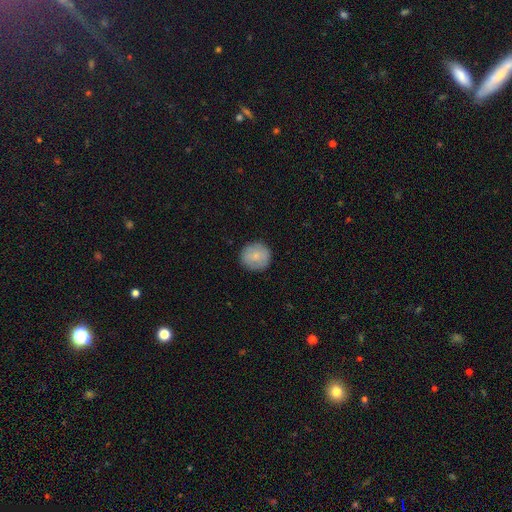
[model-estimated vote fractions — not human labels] smooth 80%, featured or disk 13%, star or artifact 7%. Down the decision tree: how rounded — round (94%); merging — none (88%).